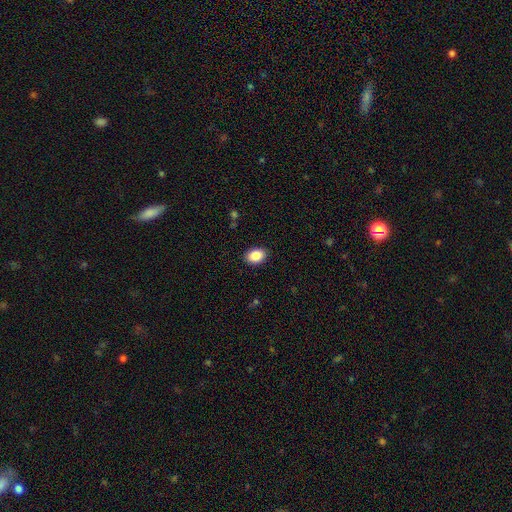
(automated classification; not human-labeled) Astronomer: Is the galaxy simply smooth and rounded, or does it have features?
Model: smooth — 88%.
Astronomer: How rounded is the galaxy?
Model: in between — 81%.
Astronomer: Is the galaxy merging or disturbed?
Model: none — 89%.